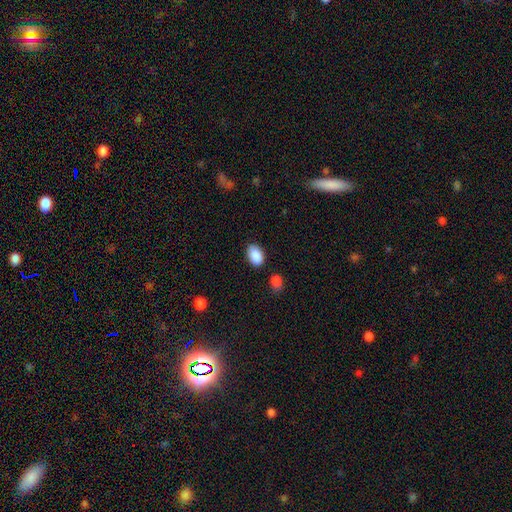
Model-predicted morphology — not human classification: A smooth galaxy with no disk features (89%) that is in between round and cigar-shaped (87%). Merging: none (82%).